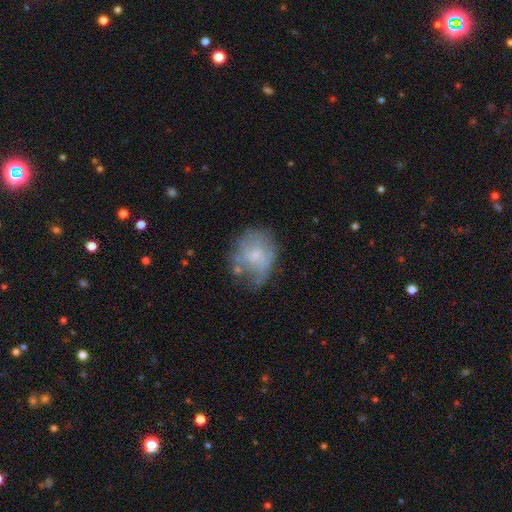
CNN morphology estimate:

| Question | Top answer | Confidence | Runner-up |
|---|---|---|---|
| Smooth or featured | featured or disk | 50% | smooth (41%) |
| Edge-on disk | no | 97% | yes (3%) |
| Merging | none | 44% | minor disturbance (29%) |